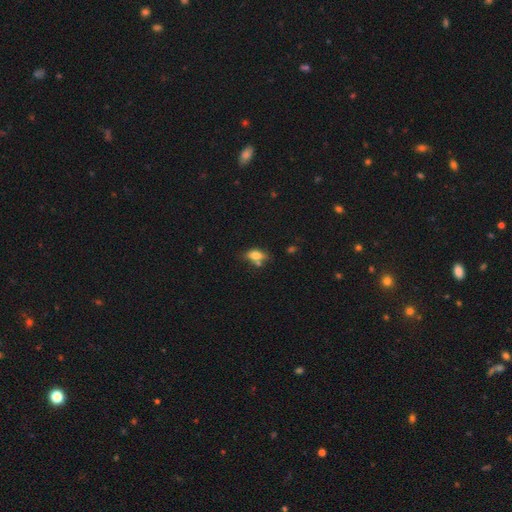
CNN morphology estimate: Overall: smooth (71%). How rounded: in between (83%). Merging: none (54%; minor disturbance 20%).